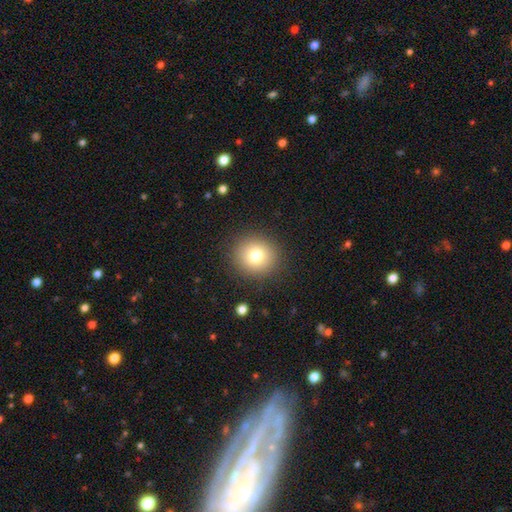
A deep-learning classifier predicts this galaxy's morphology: Smooth or featured?
  - smooth: 78% *
  - star or artifact: 12%
  - featured or disk: 10%
How rounded?
  - round: 90% *
  - in between: 9%
  - cigar-shaped: 1%
Merging?
  - none: 89% *
  - minor disturbance: 7%
  - major disturbance: 3%
  - merger: 1%